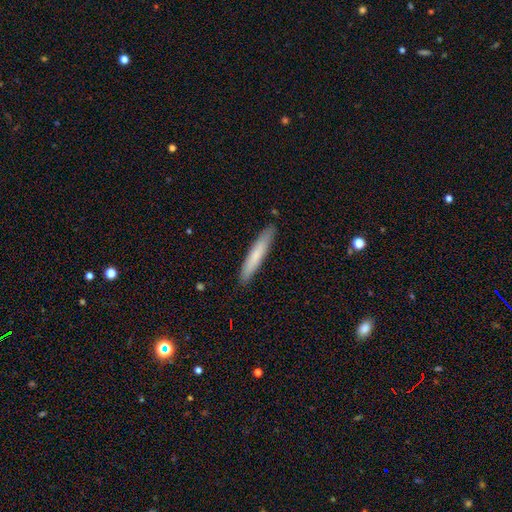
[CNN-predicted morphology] smooth 72%, featured or disk 22%, star or artifact 6%. Down the decision tree: how rounded — cigar-shaped (93%); merging — none (89%).